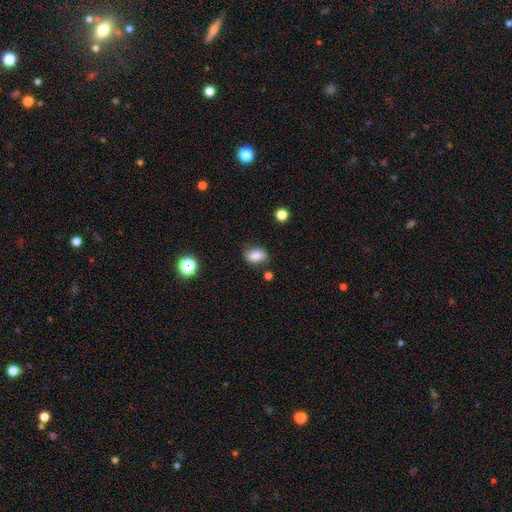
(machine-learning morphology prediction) Overall: smooth (82%). How rounded: in between (82%). Merging: none (76%).